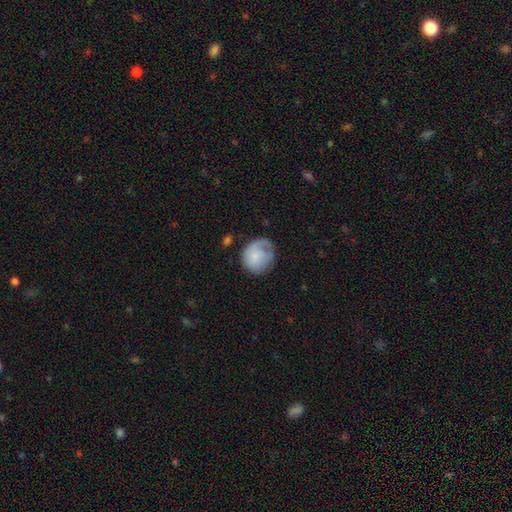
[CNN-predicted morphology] type=smooth (64%); roundness=round (77%); merging=none (50%).